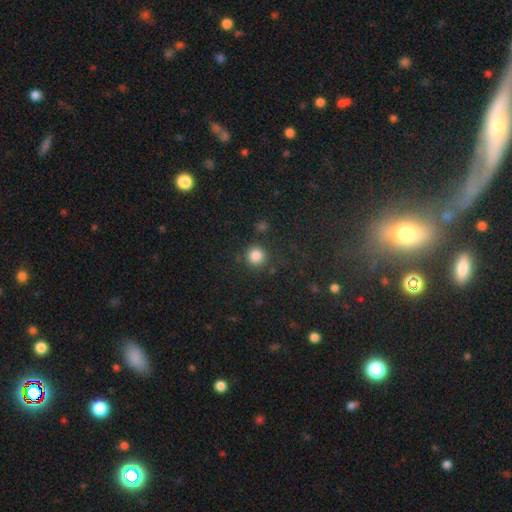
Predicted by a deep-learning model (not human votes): A smooth galaxy with no disk features (84%) that is round (93%). Merging: none (84%).